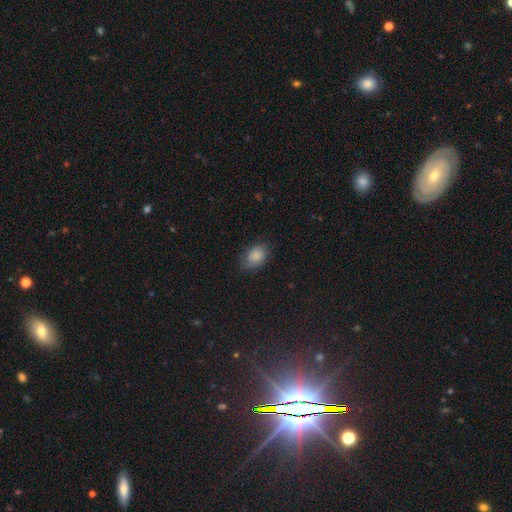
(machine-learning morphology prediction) type=smooth (77%); roundness=in between (71%); merging=none (67%).